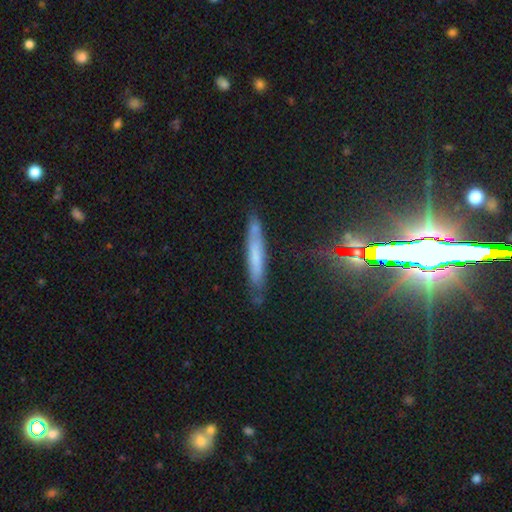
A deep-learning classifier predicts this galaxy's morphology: A smooth galaxy with no disk features (50%) that is cigar-shaped (93%).

Vote fractions:
- Smooth or featured? smooth: 50% / featured or disk: 36% / star or artifact: 14%
- How rounded? cigar-shaped: 93% / in between: 5% / round: 2%
- Merging? none: 78% / minor disturbance: 16% / major disturbance: 3% / merger: 3%